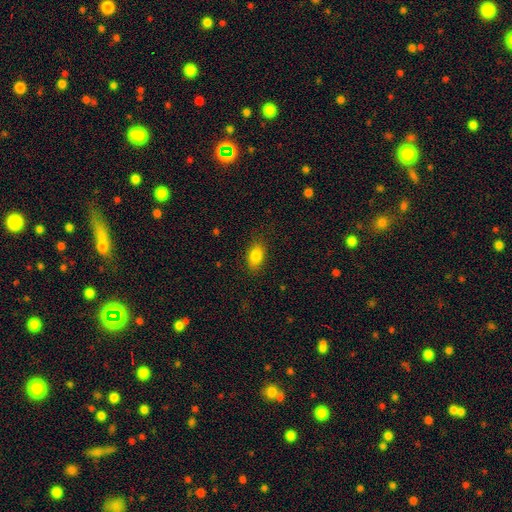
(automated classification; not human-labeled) smooth-or-featured: smooth: 83% | star or artifact: 9% | featured or disk: 8%
  how-rounded: in between: 88% | round: 9% | cigar-shaped: 3%
  merging: none: 84% | minor disturbance: 12% | major disturbance: 3% | merger: 1%